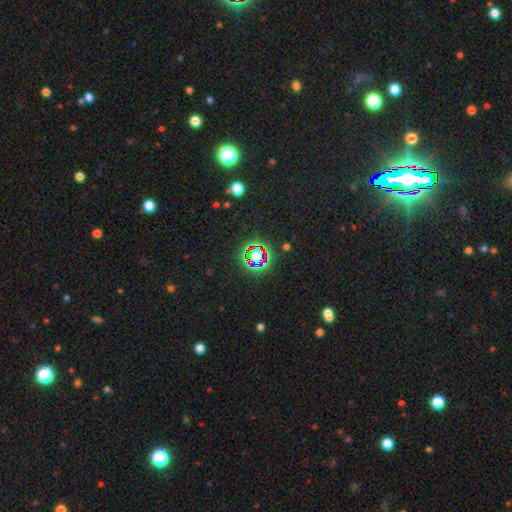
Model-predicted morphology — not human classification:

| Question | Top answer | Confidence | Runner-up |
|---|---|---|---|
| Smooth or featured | star or artifact | 72% | smooth (18%) |